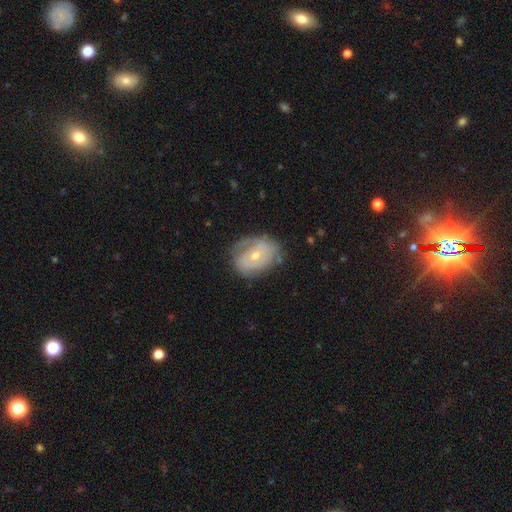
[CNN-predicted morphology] Smooth or featured? featured or disk (69%)
Edge-on disk? no (96%)
Bar? no (66%)
Spiral arms? yes (75%)
Bulge size? moderate (51%)
Merging? none (64%)